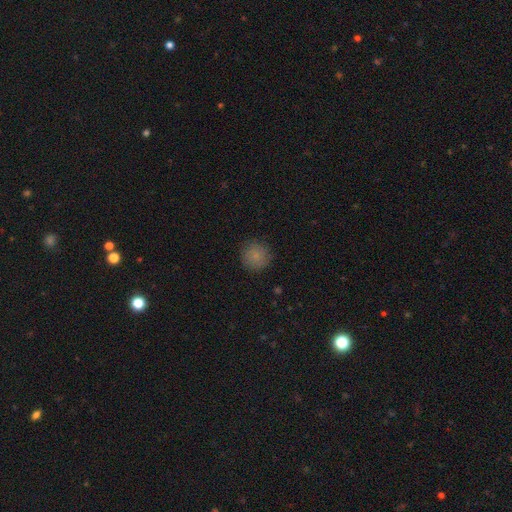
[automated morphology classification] Smooth or featured? smooth (83%)
How rounded? round (93%)
Merging? none (85%)